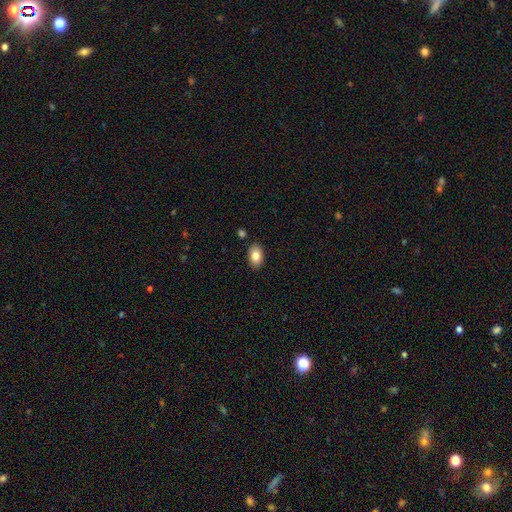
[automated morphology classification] Q: Smooth or featured?
A: smooth (82%); runner-up: featured or disk (10%)
Q: How rounded?
A: in between (89%); runner-up: round (10%)
Q: Merging?
A: none (87%); runner-up: minor disturbance (8%)